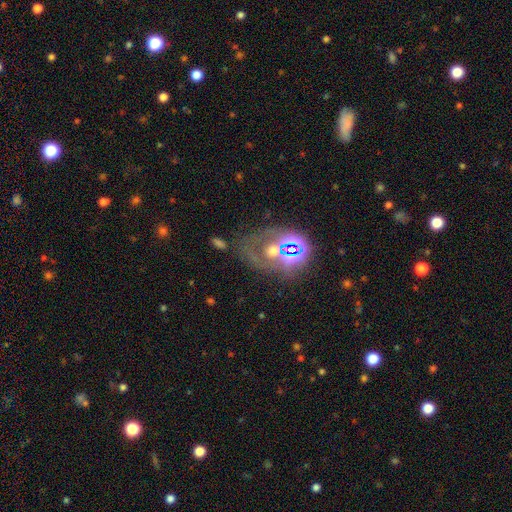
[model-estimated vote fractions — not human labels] Smooth or featured: star or artifact — 44% (smooth — 33%)